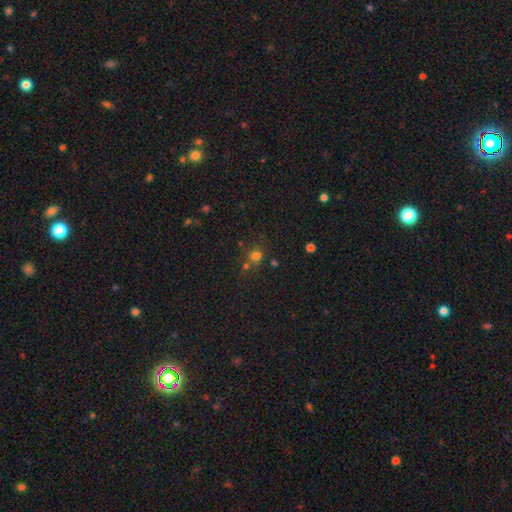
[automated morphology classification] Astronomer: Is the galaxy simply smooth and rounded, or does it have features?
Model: smooth — 66%.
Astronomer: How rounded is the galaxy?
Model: round — 74%.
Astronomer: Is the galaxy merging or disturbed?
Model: none — 58%.